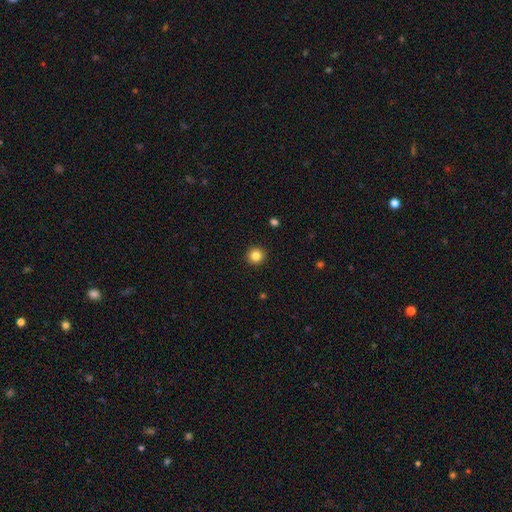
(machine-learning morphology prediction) smooth_or_featured: smooth (p=0.84) [alt: star or artifact p=0.11]
how_rounded: round (p=0.95) [alt: in between p=0.04]
merging: none (p=0.93) [alt: minor disturbance p=0.04]